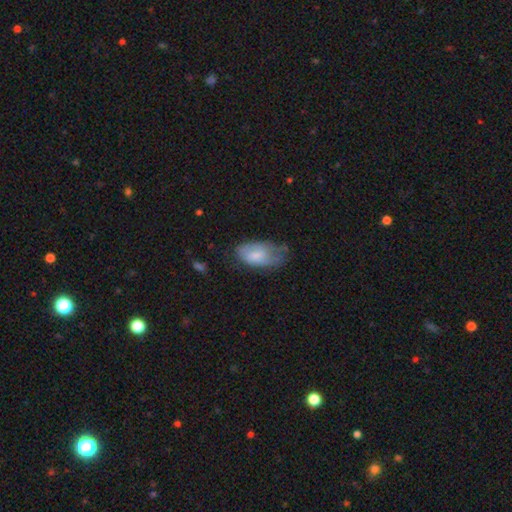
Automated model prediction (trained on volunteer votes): Smooth or featured?
  - smooth: 65% *
  - featured or disk: 28%
  - star or artifact: 7%
How rounded?
  - in between: 93% *
  - cigar-shaped: 4%
  - round: 4%
Merging?
  - none: 39% *
  - minor disturbance: 38%
  - major disturbance: 20%
  - merger: 2%